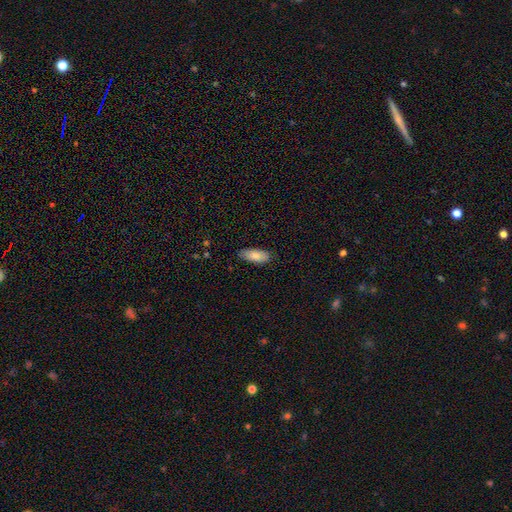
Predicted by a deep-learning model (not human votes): A smooth galaxy with no disk features (85%) that is in between round and cigar-shaped (85%).

Vote fractions:
- Smooth or featured? smooth: 85% / featured or disk: 9% / star or artifact: 6%
- How rounded? in between: 85% / cigar-shaped: 13% / round: 2%
- Merging? none: 84% / minor disturbance: 13% / major disturbance: 2% / merger: 1%